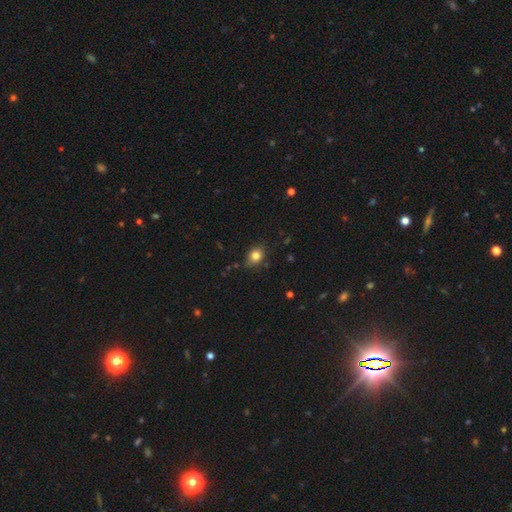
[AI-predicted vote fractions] A smooth galaxy with no disk features (81%) that is in between round and cigar-shaped (53%).

Vote fractions:
- Smooth or featured? smooth: 81% / star or artifact: 11% / featured or disk: 8%
- How rounded? in between: 53% / round: 46% / cigar-shaped: 1%
- Merging? none: 77% / minor disturbance: 18% / major disturbance: 3% / merger: 2%